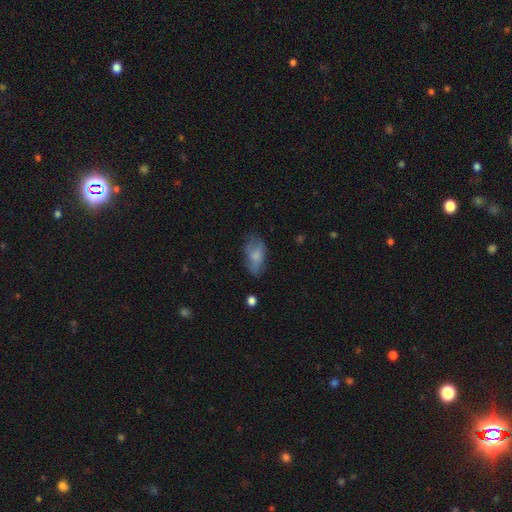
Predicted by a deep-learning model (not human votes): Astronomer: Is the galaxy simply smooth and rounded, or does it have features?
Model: smooth — 66%.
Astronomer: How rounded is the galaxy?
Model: in between — 89%.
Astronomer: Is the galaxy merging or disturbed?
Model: none — 54%.